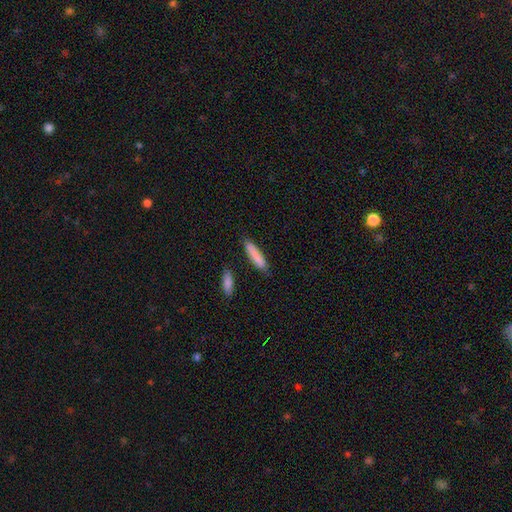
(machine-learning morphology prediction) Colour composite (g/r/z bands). It shows a smooth galaxy with no disk features (86%) that is cigar-shaped (82%). Merging: none (84%).